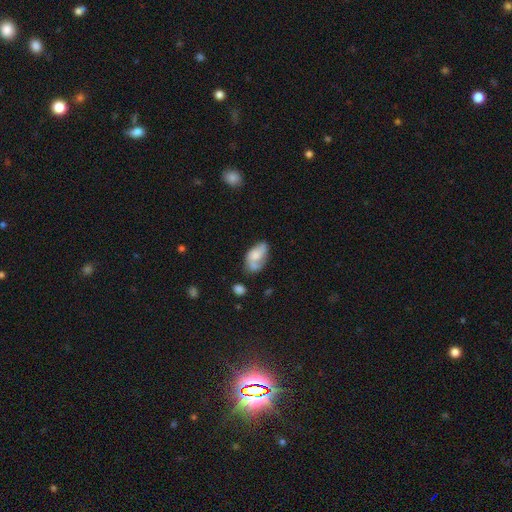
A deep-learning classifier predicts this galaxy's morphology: Smooth or featured? Predicted: smooth (p=0.55). How rounded? Predicted: in between (p=0.92). Merging? Predicted: none (p=0.39).